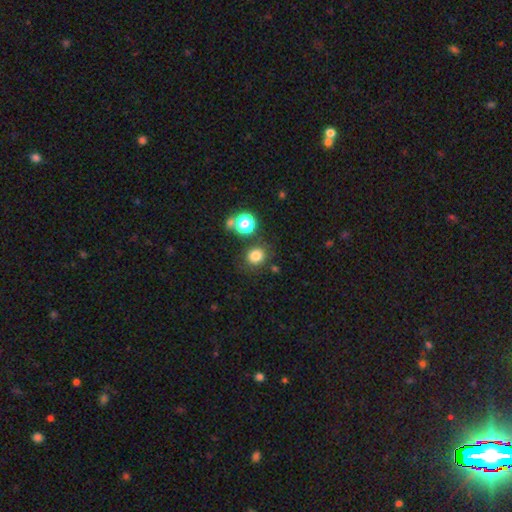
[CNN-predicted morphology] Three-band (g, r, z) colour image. It shows a smooth galaxy with no disk features (80%) that is round (80%). Merging: none (76%).